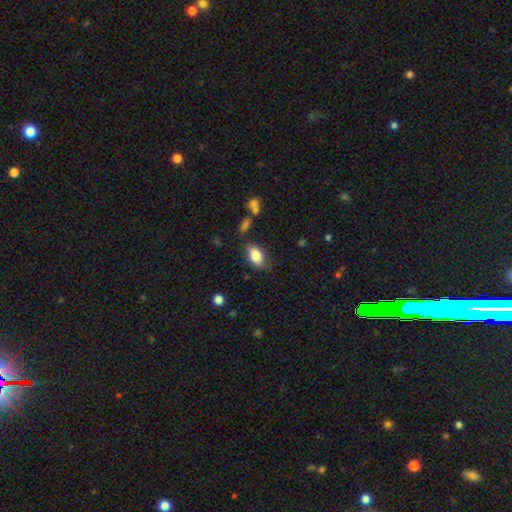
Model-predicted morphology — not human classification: This appears to be a smooth galaxy with no disk features (83%) that is in between round and cigar-shaped (91%). Merging: none (74%).